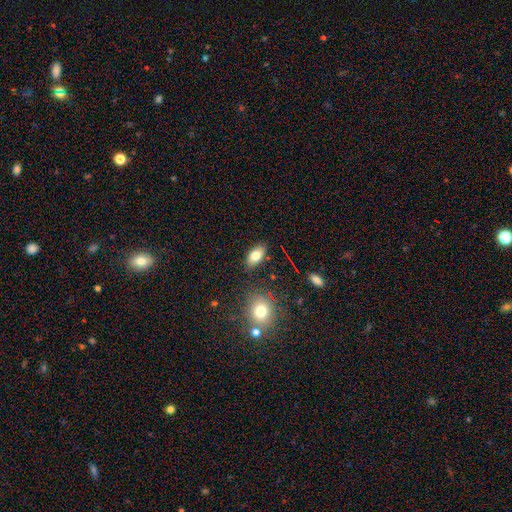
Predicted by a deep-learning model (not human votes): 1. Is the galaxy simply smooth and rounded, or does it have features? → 78% smooth, 13% featured or disk, 9% star or artifact.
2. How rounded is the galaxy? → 90% in between, 5% round, 5% cigar-shaped.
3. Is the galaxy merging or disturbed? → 84% none, 10% minor disturbance, 3% merger, 3% major disturbance.